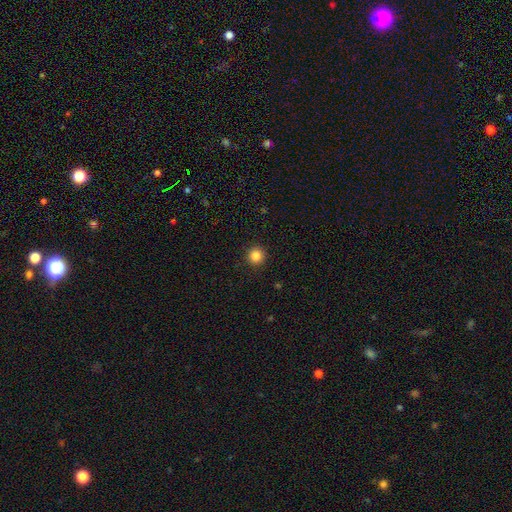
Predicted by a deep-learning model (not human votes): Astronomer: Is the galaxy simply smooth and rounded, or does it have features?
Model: smooth — 85%.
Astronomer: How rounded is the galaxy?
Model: round — 95%.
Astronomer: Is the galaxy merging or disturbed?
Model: none — 93%.